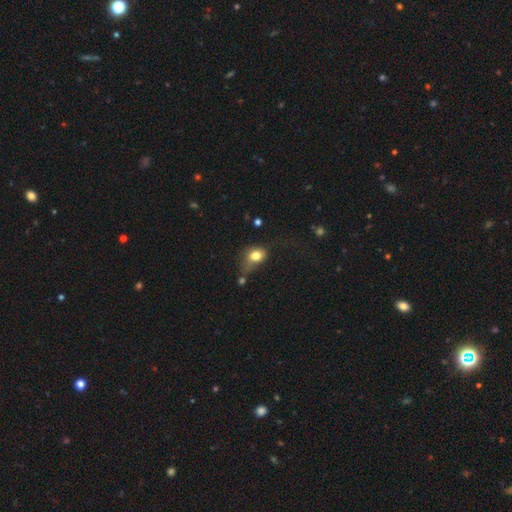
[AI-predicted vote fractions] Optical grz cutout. It shows a smooth galaxy with no disk features (77%) that is in between round and cigar-shaped (62%). Merging: minor disturbance (31%, tied with none).